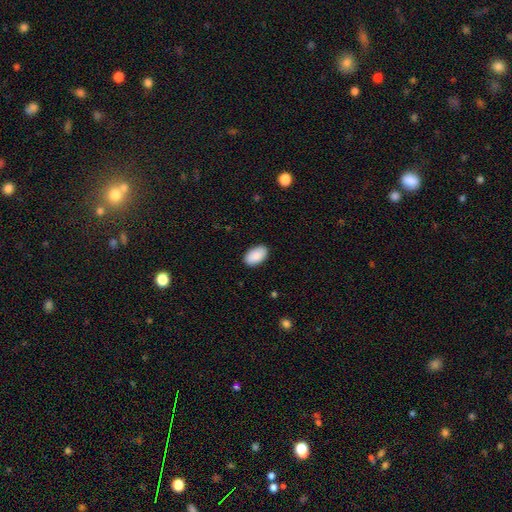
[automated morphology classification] smooth_or_featured: smooth (p=0.91) [alt: star or artifact p=0.06]
how_rounded: in between (p=0.95) [alt: round p=0.04]
merging: none (p=0.89) [alt: minor disturbance p=0.08]